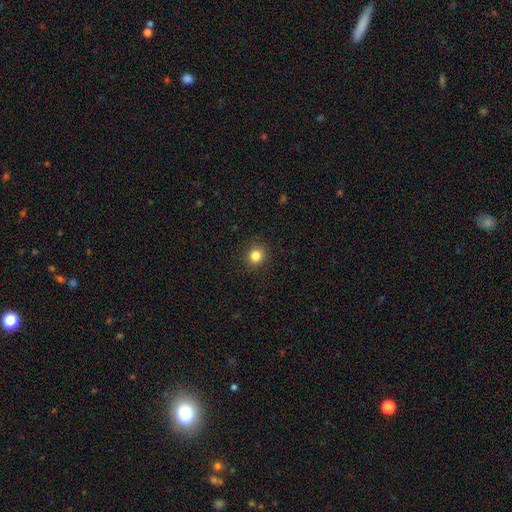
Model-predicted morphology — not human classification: Smooth or featured? smooth (83%)
How rounded? round (88%)
Merging? none (91%)